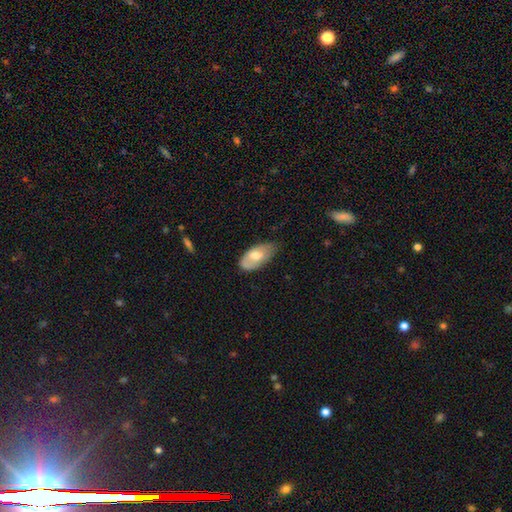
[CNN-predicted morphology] Q: Smooth or featured?
A: smooth (63%); runner-up: featured or disk (30%)
Q: How rounded?
A: in between (93%); runner-up: cigar-shaped (4%)
Q: Merging?
A: none (48%); runner-up: minor disturbance (40%)